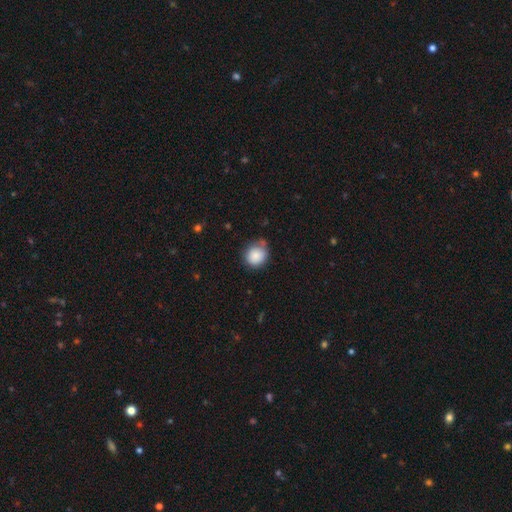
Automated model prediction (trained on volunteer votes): Q: Smooth or featured?
A: smooth (86%); runner-up: star or artifact (8%)
Q: How rounded?
A: round (83%); runner-up: in between (16%)
Q: Merging?
A: none (68%); runner-up: minor disturbance (22%)